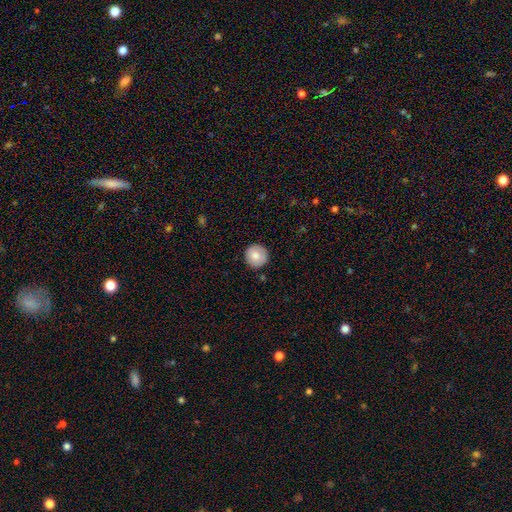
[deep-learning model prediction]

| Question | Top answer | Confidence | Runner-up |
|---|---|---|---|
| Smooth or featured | smooth | 83% | featured or disk (10%) |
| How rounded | round | 95% | in between (4%) |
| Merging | none | 89% | minor disturbance (8%) |